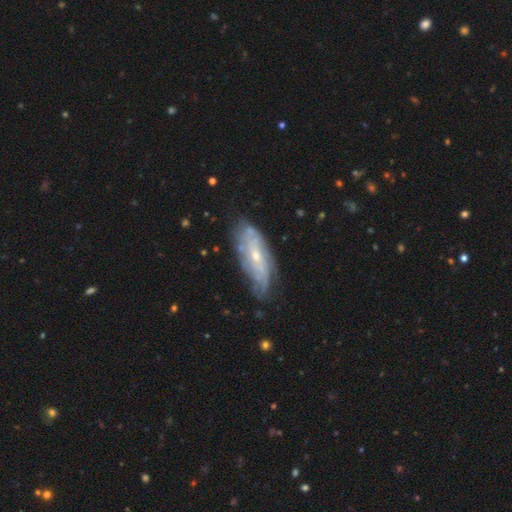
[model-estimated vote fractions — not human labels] Q: Smooth or featured?
A: featured or disk (74%); runner-up: smooth (20%)
Q: Edge-on disk?
A: no (84%); runner-up: yes (16%)
Q: Bar?
A: no (64%); runner-up: weak (29%)
Q: Spiral arms?
A: yes (80%); runner-up: no (20%)
Q: Bulge size?
A: small (67%); runner-up: moderate (29%)
Q: Merging?
A: none (70%); runner-up: minor disturbance (22%)